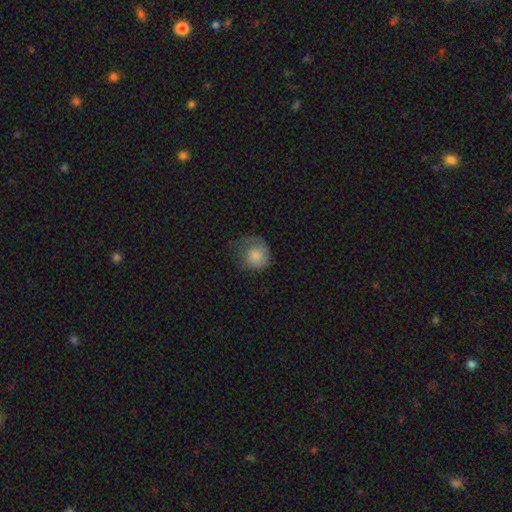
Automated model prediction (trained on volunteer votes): Morphology: type=smooth (75%); roundness=round (79%); merging=none (41%).